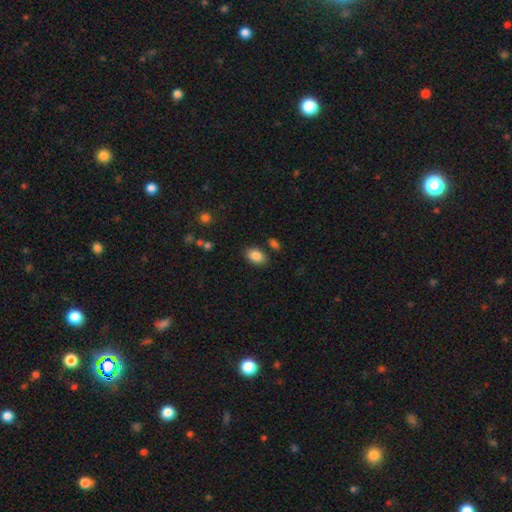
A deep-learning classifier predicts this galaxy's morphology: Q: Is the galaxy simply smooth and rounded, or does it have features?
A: smooth — 86%.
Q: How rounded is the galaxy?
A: in between — 86%.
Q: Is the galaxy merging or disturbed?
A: none — 83%.